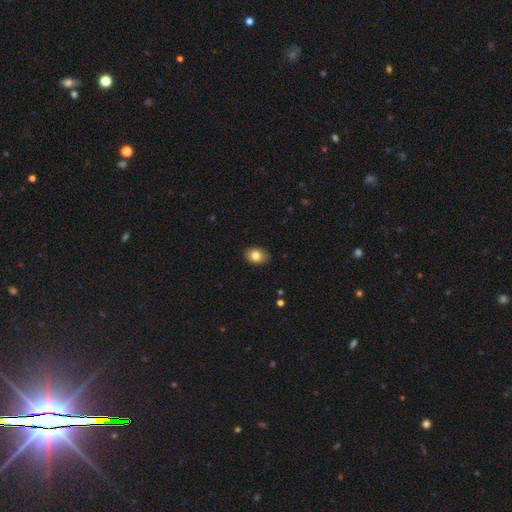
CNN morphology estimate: A smooth galaxy with no disk features (82%) that is in between round and cigar-shaped (73%). Merging: none (88%).